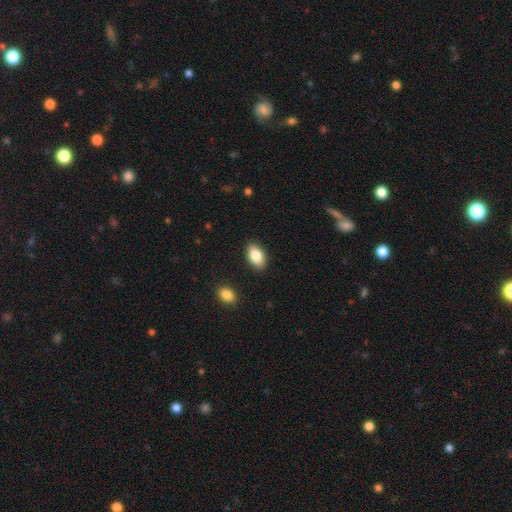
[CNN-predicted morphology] This is clearly a smooth galaxy (84%). How rounded: clearly in between (93%). Merging: clearly none (88%).